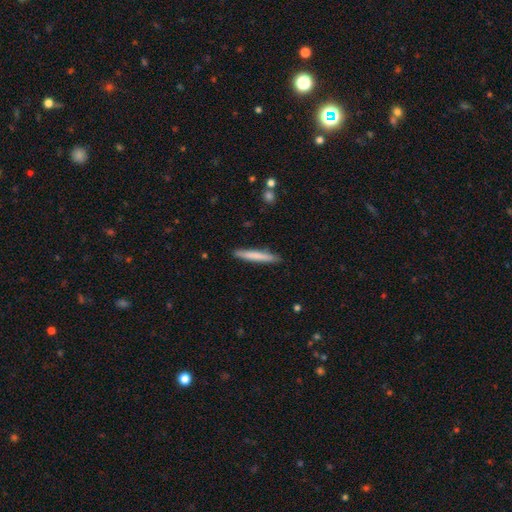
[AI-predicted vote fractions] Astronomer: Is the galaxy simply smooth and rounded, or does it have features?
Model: smooth — 74%.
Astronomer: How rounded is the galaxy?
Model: cigar-shaped — 96%.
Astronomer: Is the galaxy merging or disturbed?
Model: none — 90%.